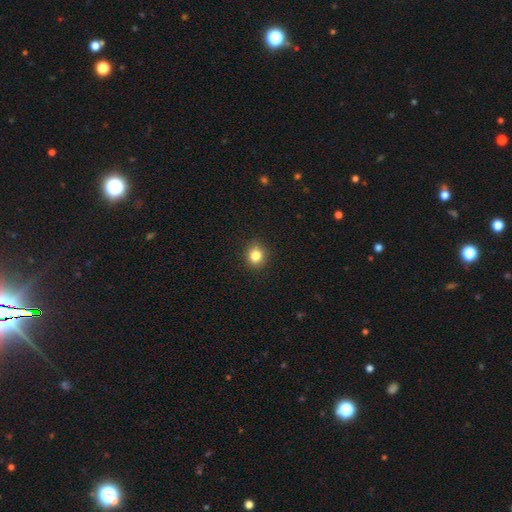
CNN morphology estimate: Overall: smooth (83%). How rounded: round (82%). Merging: none (91%).